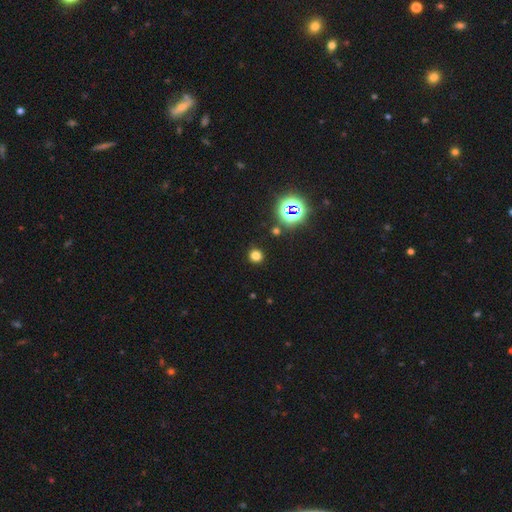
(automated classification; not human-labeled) This is likely a smooth galaxy (71%). How rounded: clearly round (92%). Merging: clearly none (90%).